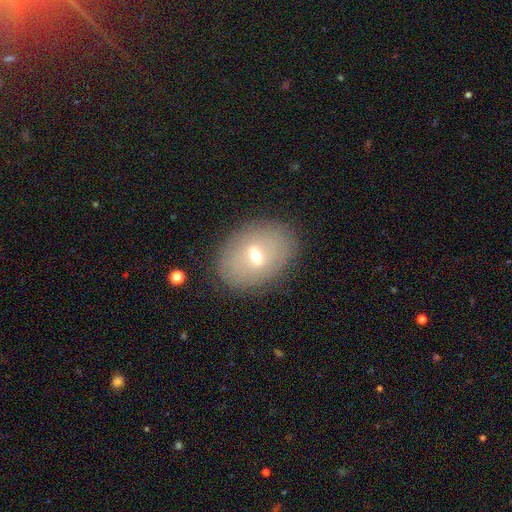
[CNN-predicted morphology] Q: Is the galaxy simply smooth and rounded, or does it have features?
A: featured or disk — 46%.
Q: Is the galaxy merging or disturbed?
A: none — 83%.